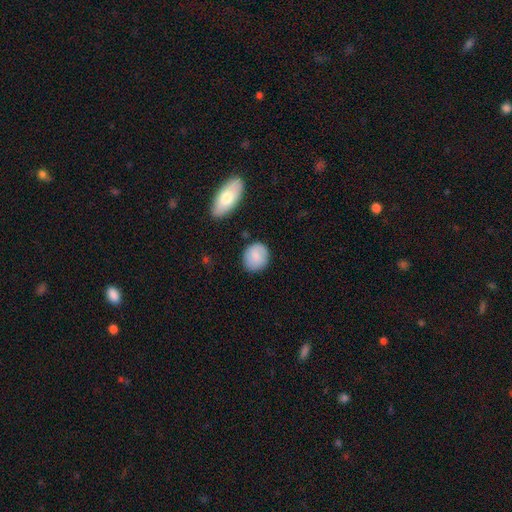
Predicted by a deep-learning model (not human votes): Smooth or featured?
  - smooth: 84% *
  - featured or disk: 10%
  - star or artifact: 7%
How rounded?
  - round: 79% *
  - in between: 20%
  - cigar-shaped: 1%
Merging?
  - none: 82% *
  - minor disturbance: 12%
  - merger: 3%
  - major disturbance: 3%